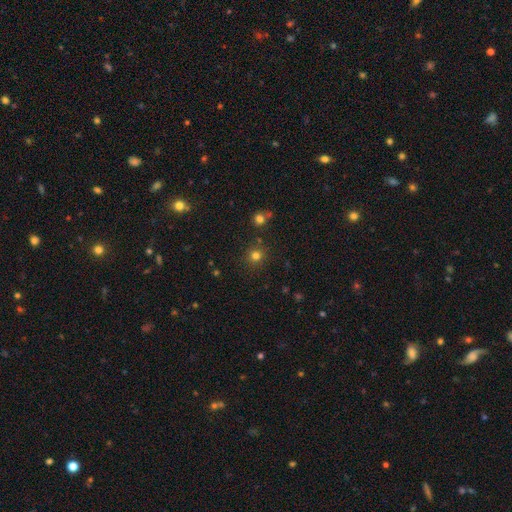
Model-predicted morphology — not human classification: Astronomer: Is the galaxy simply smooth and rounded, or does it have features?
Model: smooth — 76%.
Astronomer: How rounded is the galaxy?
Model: round — 92%.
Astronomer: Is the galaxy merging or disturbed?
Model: none — 85%.